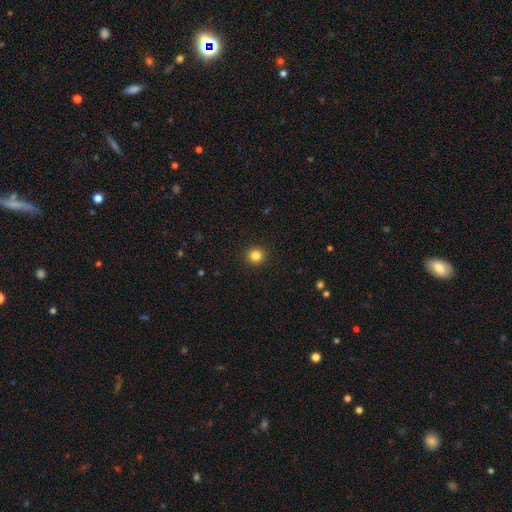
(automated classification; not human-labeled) Smooth or featured? Predicted: smooth (p=0.83). How rounded? Predicted: round (p=0.94). Merging? Predicted: none (p=0.93).